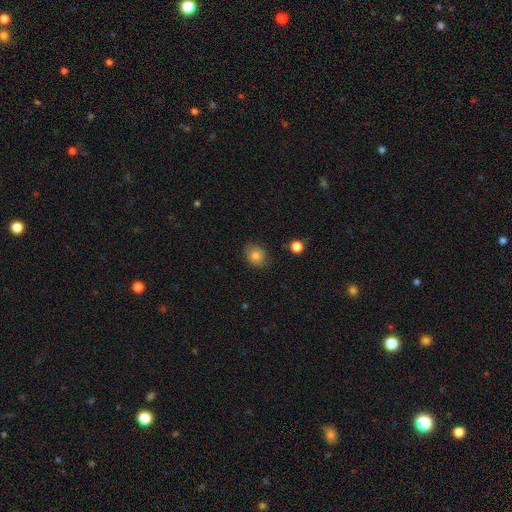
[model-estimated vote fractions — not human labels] The model was most divided on "how rounded": round: 58%, in between: 41%, cigar-shaped: 1%. More confident: merging — none (81%); smooth or featured — smooth (79%).